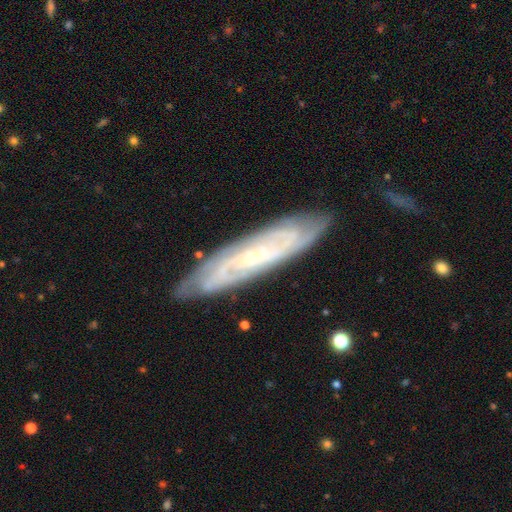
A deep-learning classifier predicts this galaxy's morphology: Smooth or featured: featured or disk — 79% (smooth — 15%)
Edge-on disk: no — 72% (yes — 28%)
Bar: no — 58% (weak — 30%)
Spiral arms: yes — 94% (no — 6%)
Spiral winding: tight — 68% (medium — 25%)
Spiral arm count: can't tell — 43% (2 — 19%)
Bulge size: small — 79% (moderate — 14%)
Merging: none — 82% (minor disturbance — 14%)